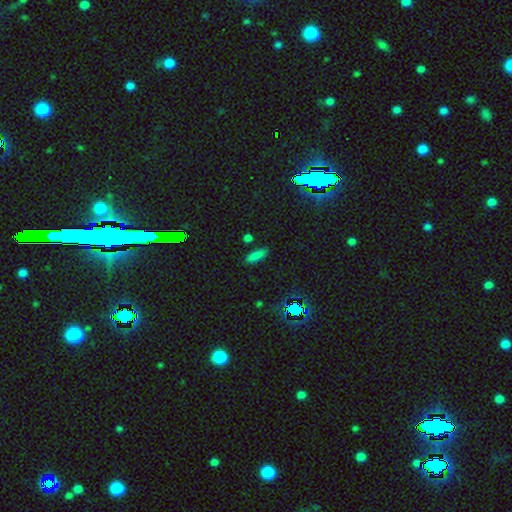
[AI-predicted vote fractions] Q: Smooth or featured?
A: smooth (77%); runner-up: star or artifact (17%)
Q: How rounded?
A: in between (53%); runner-up: cigar-shaped (43%)
Q: Merging?
A: none (85%); runner-up: minor disturbance (10%)